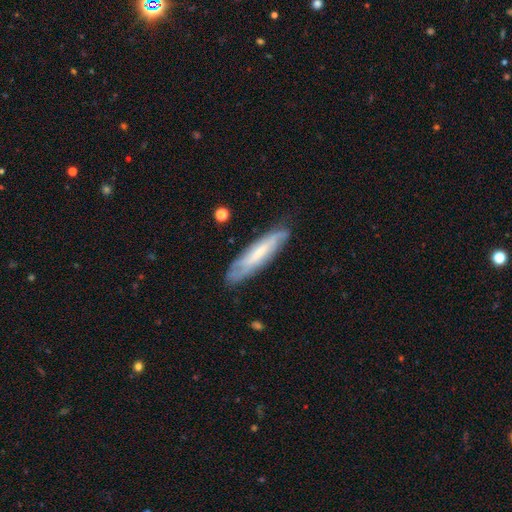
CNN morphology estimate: smooth_or_featured: featured or disk (p=0.52) [alt: smooth p=0.41]
disk_edge_on: no (p=0.55) [alt: yes p=0.45]
merging: none (p=0.78) [alt: minor disturbance p=0.17]